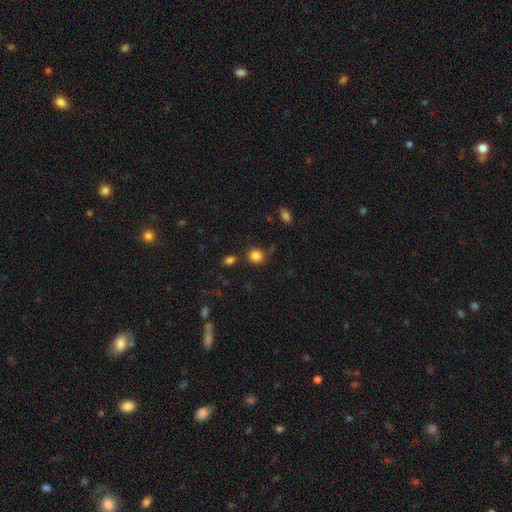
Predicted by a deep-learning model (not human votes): Smooth or featured? smooth (85%)
How rounded? round (74%)
Merging? none (74%)